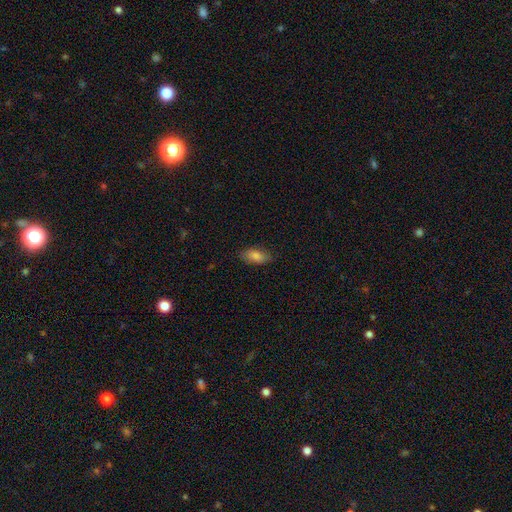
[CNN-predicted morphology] Overall: smooth (82%). How rounded: in between (89%). Merging: none (82%).